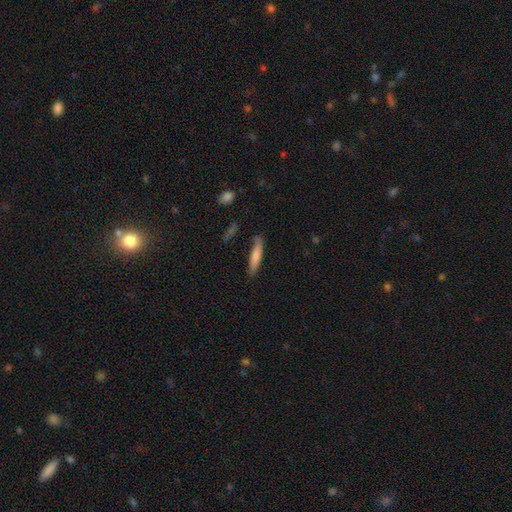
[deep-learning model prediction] Smooth or featured? Predicted: smooth (p=0.73). How rounded? Predicted: cigar-shaped (p=0.87). Merging? Predicted: none (p=0.75).